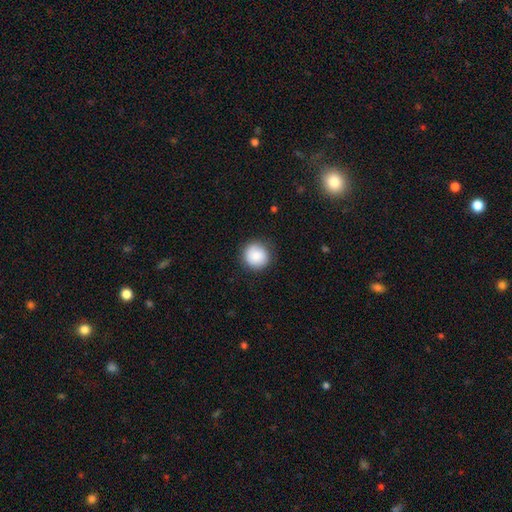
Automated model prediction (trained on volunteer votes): Smooth or featured? smooth (87%)
How rounded? round (93%)
Merging? none (87%)